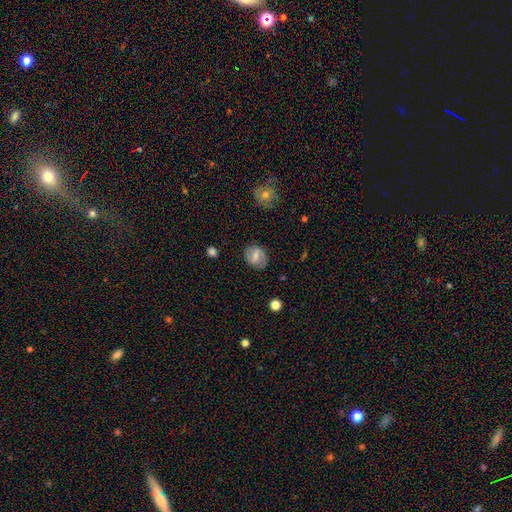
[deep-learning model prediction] The model was most divided on "bulge size" (2-way tie): moderate: 44%, small: 44%, none: 7%, large: 3%, dominant: 1%. More confident: edge-on disk — no (97%); merging — none (82%); spiral arms — yes (77%); smooth or featured — featured or disk (54%); bar — weak (51%).